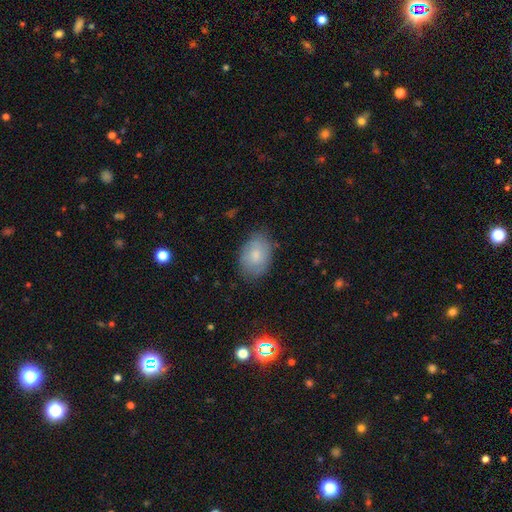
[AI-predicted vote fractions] Smooth or featured? Predicted: smooth (p=0.72). How rounded? Predicted: in between (p=0.81). Merging? Predicted: none (p=0.74).